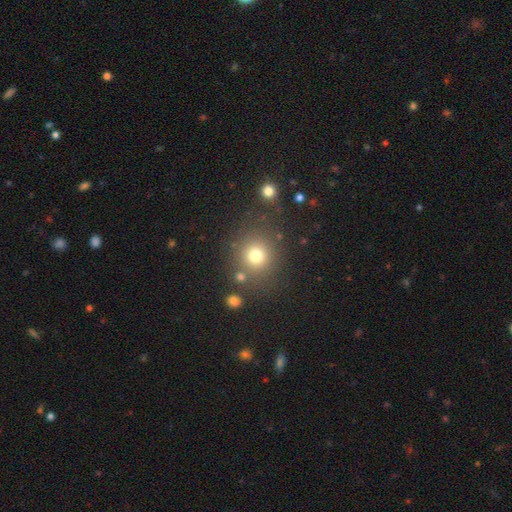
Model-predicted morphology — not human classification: Smooth or featured?
  - smooth: 75% *
  - star or artifact: 16%
  - featured or disk: 9%
How rounded?
  - round: 87% *
  - in between: 12%
  - cigar-shaped: 1%
Merging?
  - none: 79% *
  - minor disturbance: 10%
  - merger: 6%
  - major disturbance: 5%